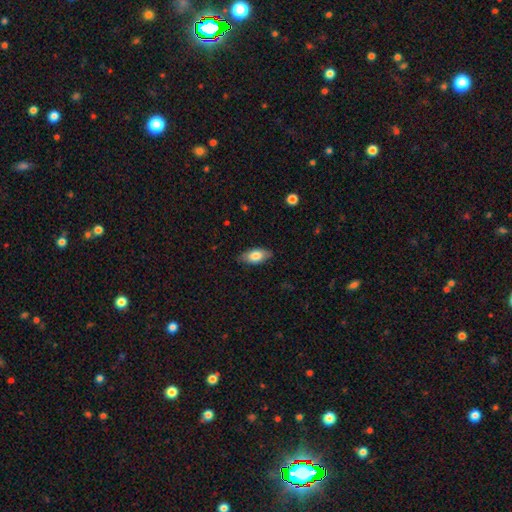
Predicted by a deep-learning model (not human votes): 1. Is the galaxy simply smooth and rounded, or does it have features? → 78% smooth, 16% featured or disk, 6% star or artifact.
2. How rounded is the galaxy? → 90% in between, 7% cigar-shaped, 3% round.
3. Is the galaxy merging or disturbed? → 83% none, 14% minor disturbance, 3% major disturbance, 1% merger.